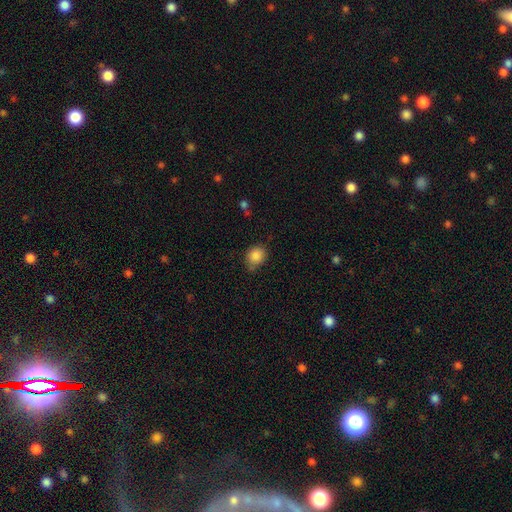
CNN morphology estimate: Smooth or featured? Predicted: smooth (p=0.86). How rounded? Predicted: round (p=0.64). Merging? Predicted: none (p=0.69).